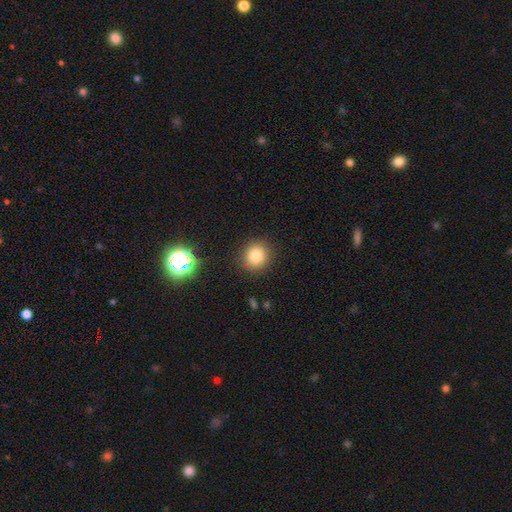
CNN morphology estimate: smooth 80%, star or artifact 14%, featured or disk 6%. Down the decision tree: how rounded — round (88%); merging — none (89%).